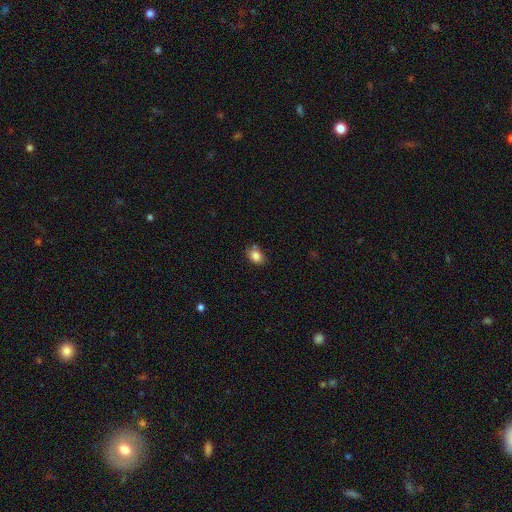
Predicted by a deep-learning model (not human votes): Overall: smooth (84%). How rounded: in between (68%; round 31%). Merging: none (74%).